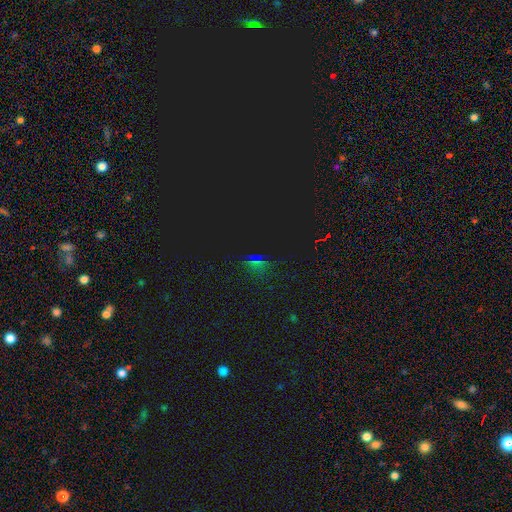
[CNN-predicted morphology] A star or artifact, not a galaxy (73%).